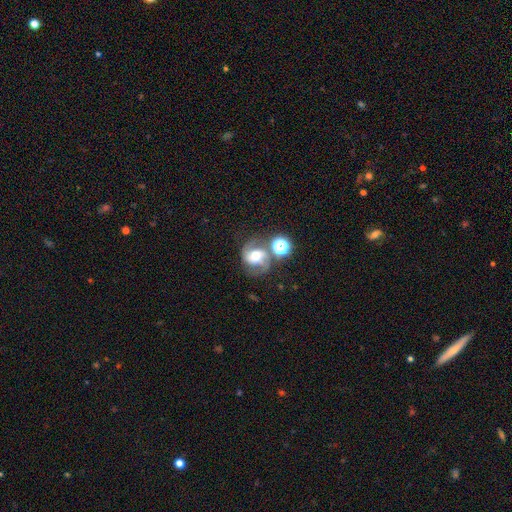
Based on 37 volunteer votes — Smooth or featured? featured or disk (95%)
Edge-on disk? no (100%)
Bar? no (51%)
Spiral arms? yes (100%)
Spiral winding? medium (57%)
Spiral arm count? 2 (91%)
Bulge size? moderate (74%)
Merging? none (78%)